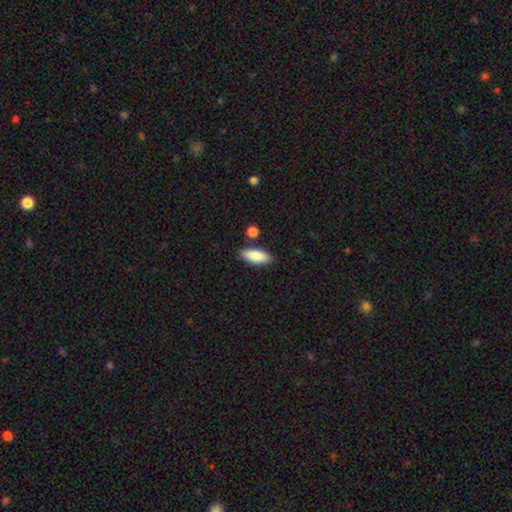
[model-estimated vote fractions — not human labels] Q: Smooth or featured?
A: smooth (85%); runner-up: featured or disk (9%)
Q: How rounded?
A: in between (76%); runner-up: cigar-shaped (22%)
Q: Merging?
A: none (82%); runner-up: minor disturbance (11%)